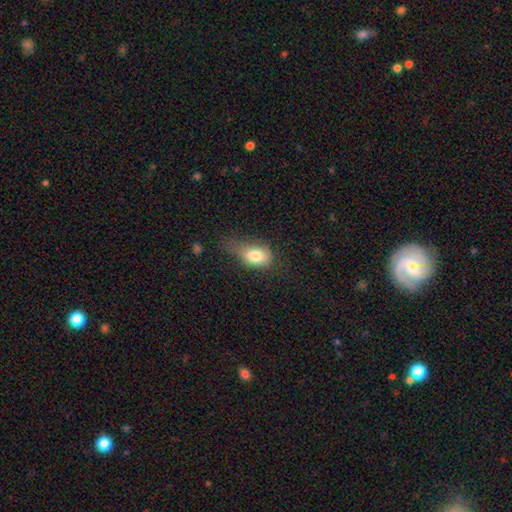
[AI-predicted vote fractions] smooth 79%, featured or disk 12%, star or artifact 9%. Down the decision tree: how rounded — in between (82%); merging — minor disturbance (40%).